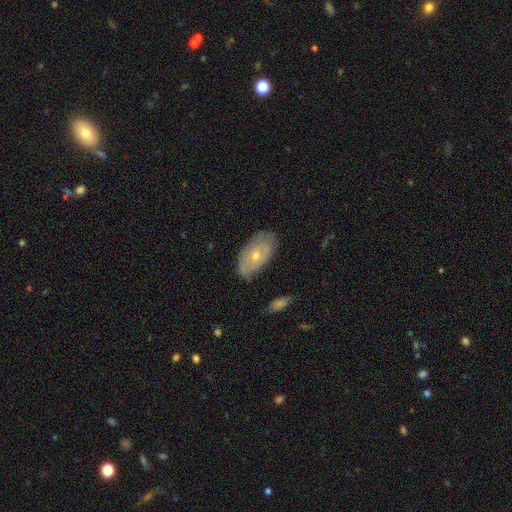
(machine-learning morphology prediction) Smooth or featured? featured or disk (52%)
Edge-on disk? no (89%)
Merging? none (75%)